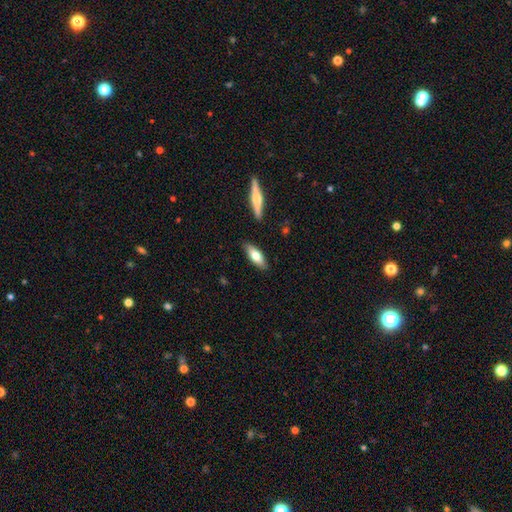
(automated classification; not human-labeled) Smooth or featured? Predicted: smooth (p=0.66). How rounded? Predicted: in between (p=0.62). Merging? Predicted: none (p=0.87).